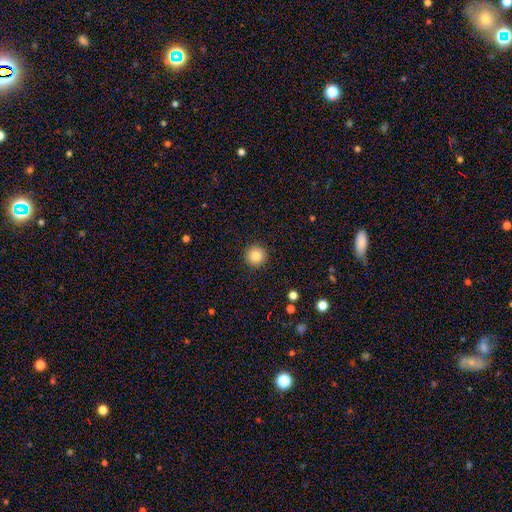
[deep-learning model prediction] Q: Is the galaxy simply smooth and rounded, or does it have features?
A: smooth — 84%.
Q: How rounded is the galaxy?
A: round — 96%.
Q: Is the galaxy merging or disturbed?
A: none — 92%.